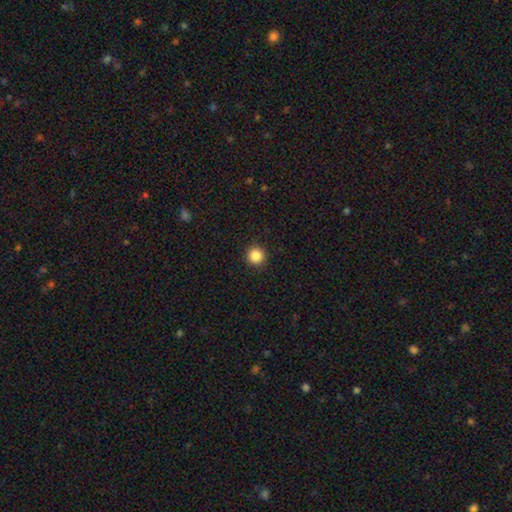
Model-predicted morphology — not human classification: This is clearly a smooth galaxy (86%). How rounded: clearly round (96%). Merging: clearly none (93%).